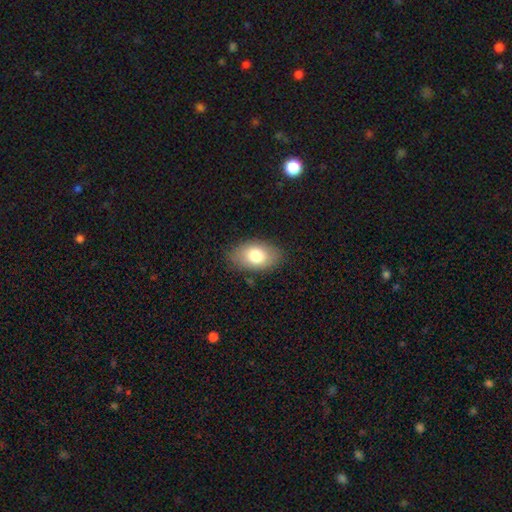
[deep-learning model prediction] smooth-or-featured: smooth: 77% | featured or disk: 15% | star or artifact: 8%
  how-rounded: in between: 89% | round: 10% | cigar-shaped: 1%
  merging: none: 82% | minor disturbance: 13% | major disturbance: 3% | merger: 1%